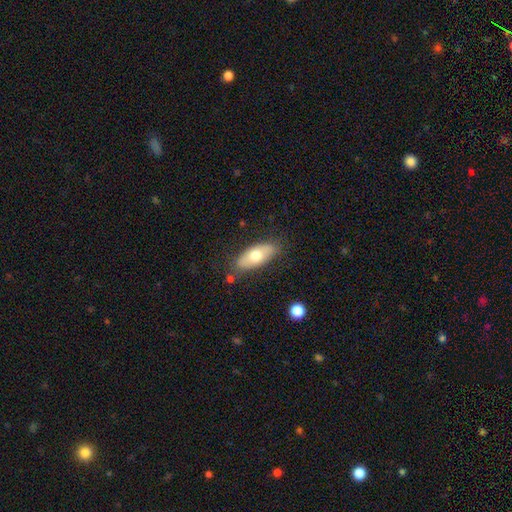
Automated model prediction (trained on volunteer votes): Morphology: type=smooth (67%); roundness=in between (81%); merging=none (79%).